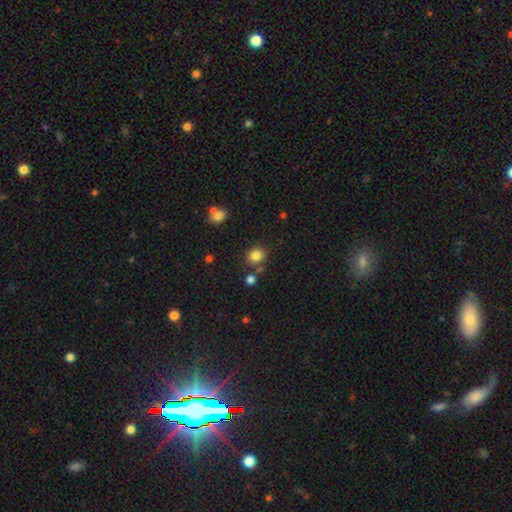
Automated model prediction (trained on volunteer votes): The model was most divided on "how rounded": round: 77%, in between: 22%, cigar-shaped: 1%. More confident: smooth or featured — smooth (82%); merging — none (77%).